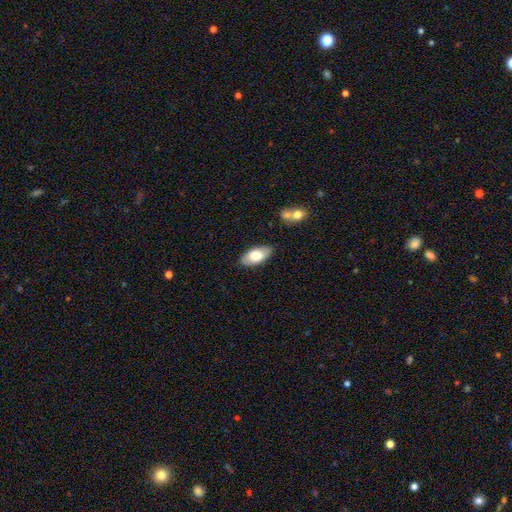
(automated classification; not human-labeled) The model was most divided on "smooth or featured": smooth: 76%, featured or disk: 18%, star or artifact: 6%. More confident: how rounded — in between (93%); merging — none (84%).